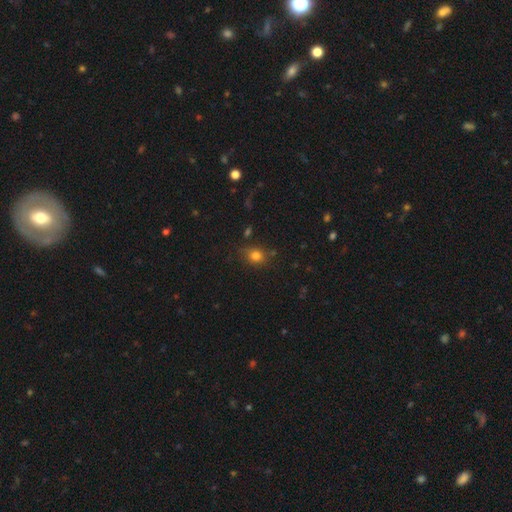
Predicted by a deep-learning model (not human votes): The model was most divided on "how rounded": round: 62%, in between: 37%, cigar-shaped: 1%. More confident: smooth or featured — smooth (78%); merging — none (75%).